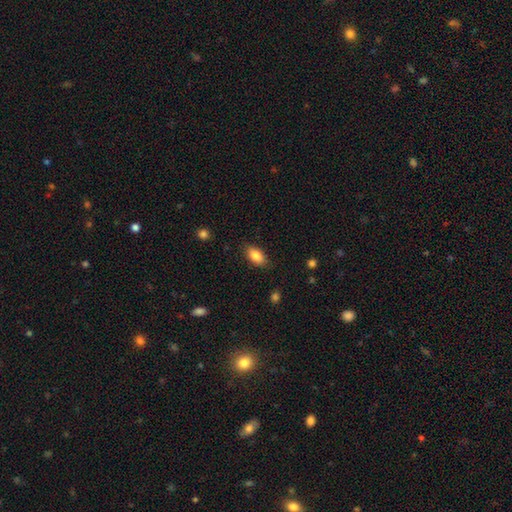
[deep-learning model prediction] This is clearly a smooth galaxy (85%). How rounded: clearly in between (89%). Merging: clearly none (85%).